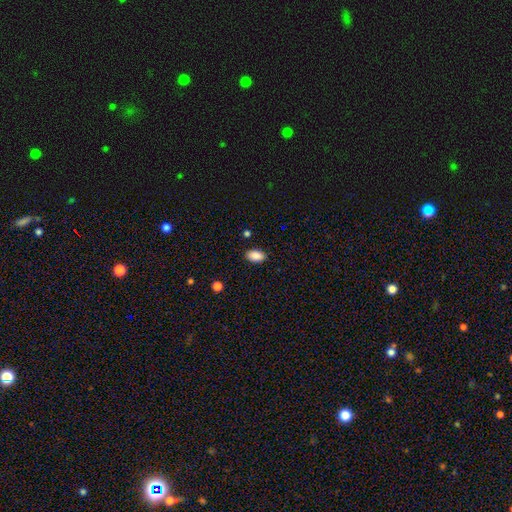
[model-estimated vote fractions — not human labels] Overall: smooth (87%). How rounded: in between (92%). Merging: none (87%).